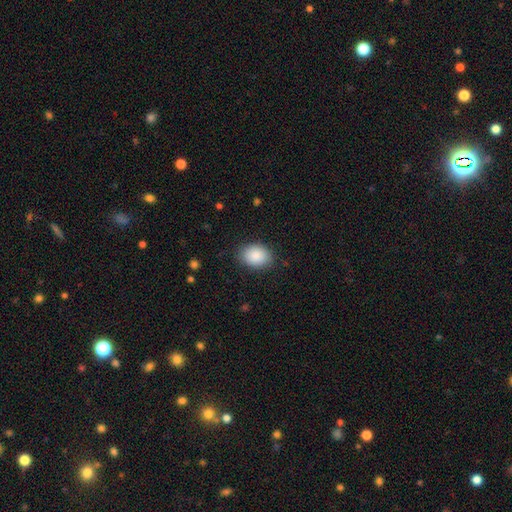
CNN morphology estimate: This is clearly a smooth galaxy (88%). How rounded: likely in between (65%). Merging: clearly none (84%).